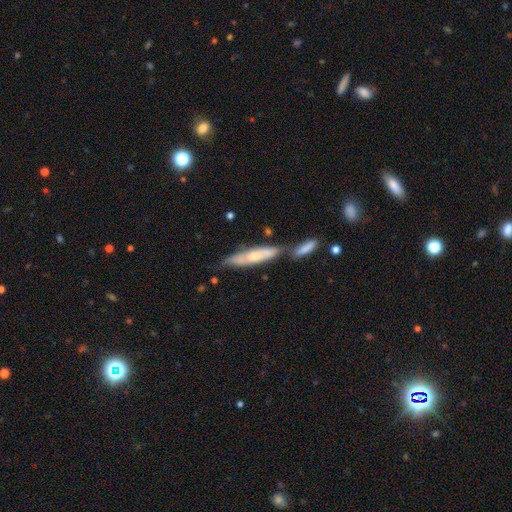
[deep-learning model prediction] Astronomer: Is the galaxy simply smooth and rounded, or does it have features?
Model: smooth — 49% (runner-up: featured or disk, 45%).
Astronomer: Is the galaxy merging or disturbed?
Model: none — 40% (runner-up: merger, 38%).